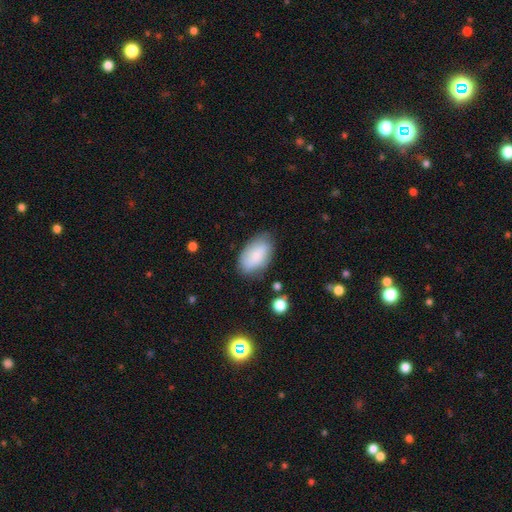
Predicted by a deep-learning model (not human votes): The model was most divided on "merging": none: 73%, minor disturbance: 20%, major disturbance: 5%, merger: 2%. More confident: how rounded — in between (94%); smooth or featured — smooth (80%).